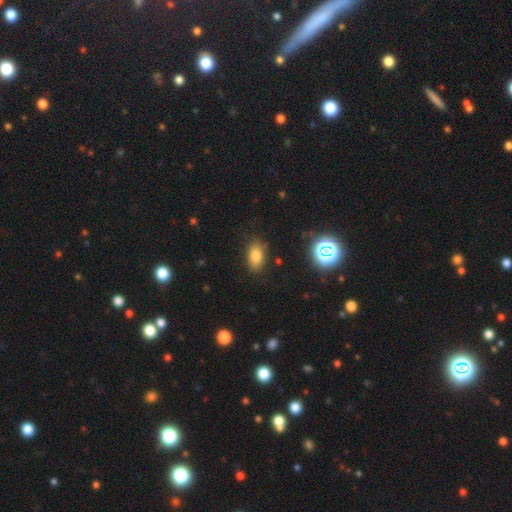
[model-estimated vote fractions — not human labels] Smooth or featured: smooth — 79% (star or artifact — 12%)
How rounded: in between — 88% (round — 9%)
Merging: none — 84% (minor disturbance — 12%)